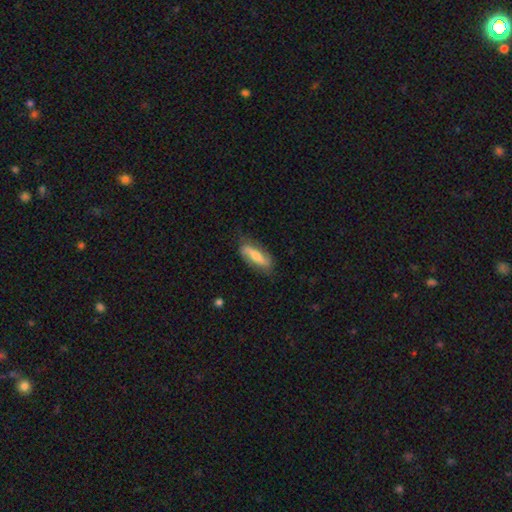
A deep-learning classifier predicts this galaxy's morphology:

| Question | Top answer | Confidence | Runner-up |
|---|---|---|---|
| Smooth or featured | featured or disk | 49% | smooth (45%) |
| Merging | none | 73% | minor disturbance (21%) |